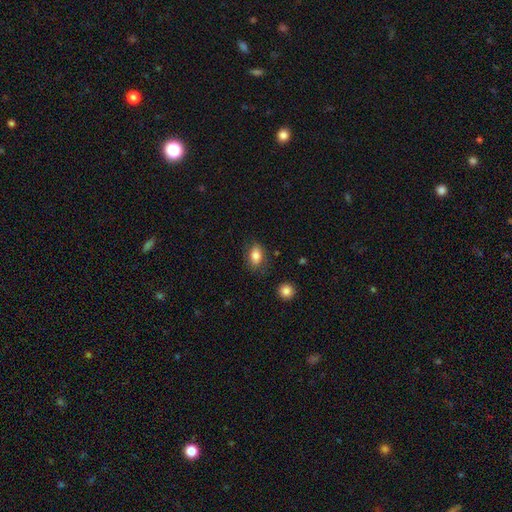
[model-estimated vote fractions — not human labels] Overall: smooth (83%). How rounded: in between (85%). Merging: none (79%).